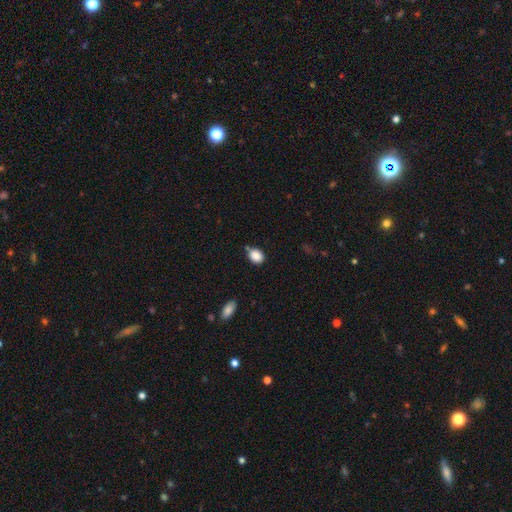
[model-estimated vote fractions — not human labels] smooth 87%, star or artifact 9%, featured or disk 4%. Down the decision tree: how rounded — in between (64%); merging — none (69%).